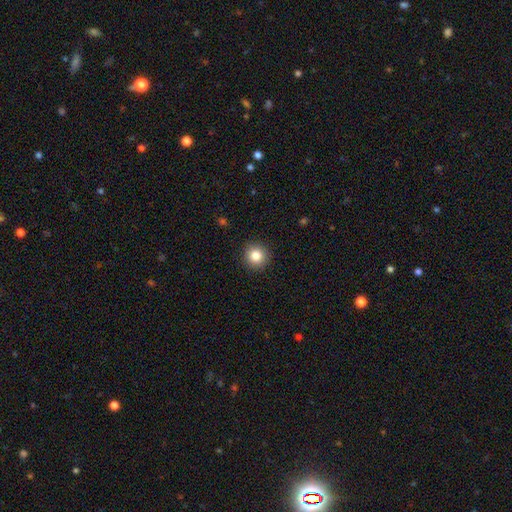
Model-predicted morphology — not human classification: type=smooth (83%); roundness=round (94%); merging=none (92%).